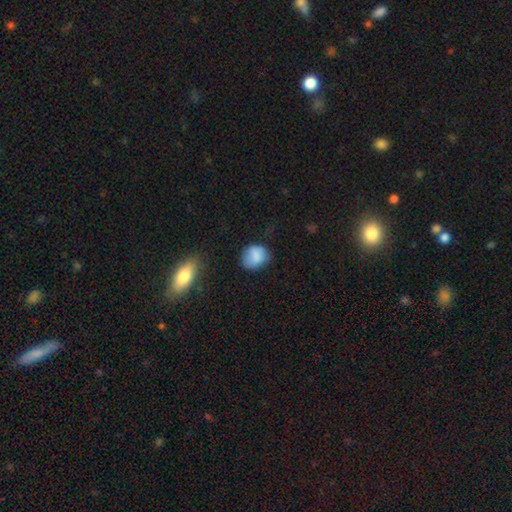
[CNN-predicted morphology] Overall: smooth (80%). How rounded: round (61%; in between 37%). Merging: none (65%).